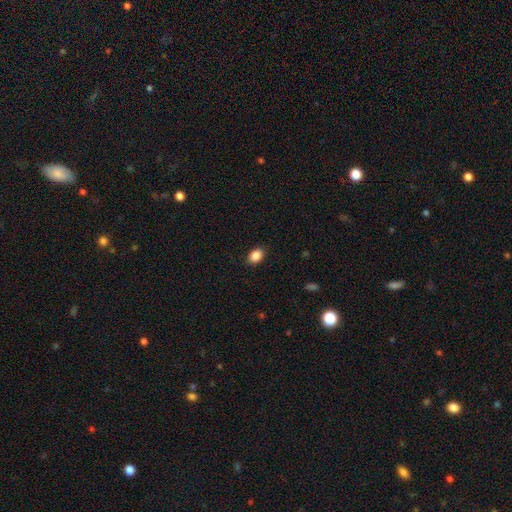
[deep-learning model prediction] smooth-or-featured: smooth: 88% | star or artifact: 9% | featured or disk: 4%
  how-rounded: in between: 79% | round: 20% | cigar-shaped: 1%
  merging: none: 89% | minor disturbance: 8% | major disturbance: 2% | merger: 1%